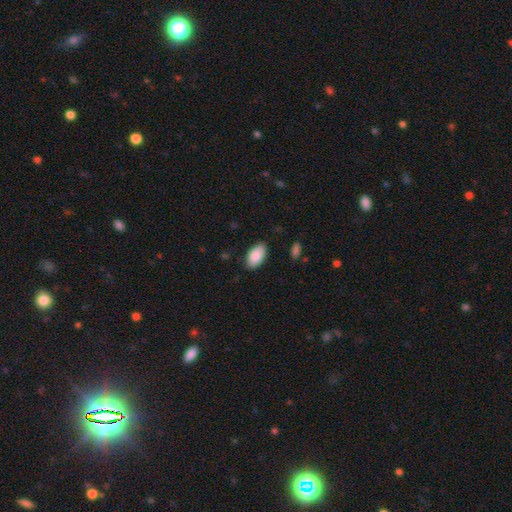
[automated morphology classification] smooth 88%, star or artifact 6%, featured or disk 5%. Down the decision tree: how rounded — in between (95%); merging — none (85%).